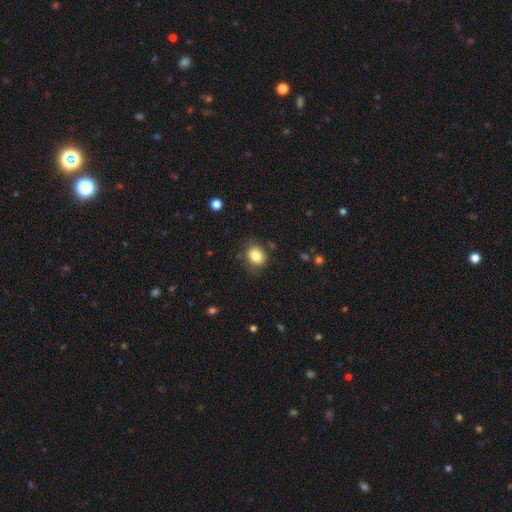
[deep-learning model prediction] Overall: smooth (83%). How rounded: round (60%; in between 39%). Merging: none (80%).